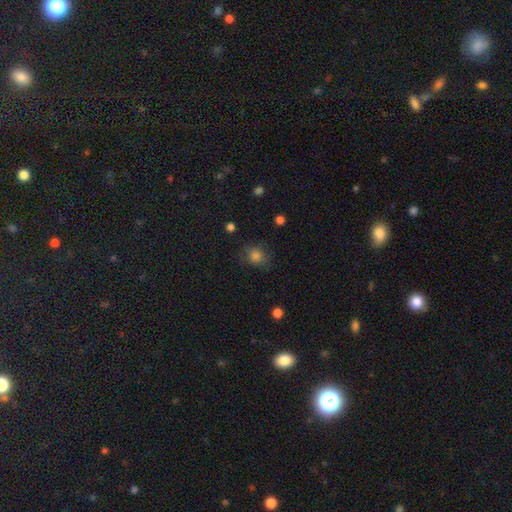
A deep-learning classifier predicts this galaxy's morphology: Smooth or featured: smooth — 81% (star or artifact — 12%)
How rounded: round — 76% (in between — 23%)
Merging: none — 74% (minor disturbance — 18%)